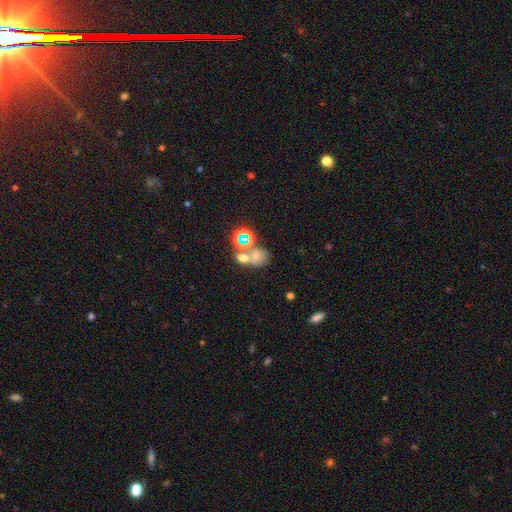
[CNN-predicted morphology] type=smooth (54%); roundness=round (51%); merging=merger (53%).